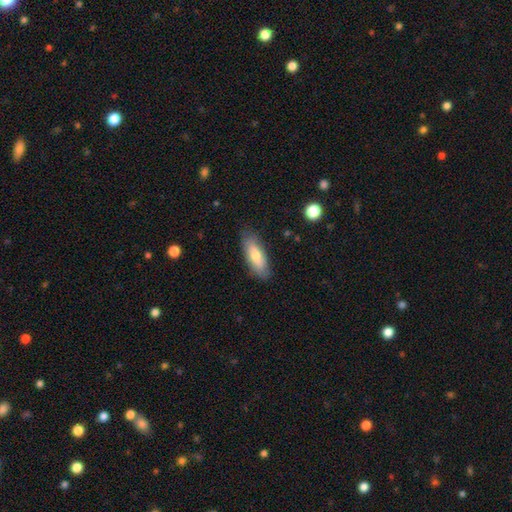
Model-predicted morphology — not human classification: Smooth or featured? Predicted: smooth (p=0.71). How rounded? Predicted: in between (p=0.68). Merging? Predicted: none (p=0.82).